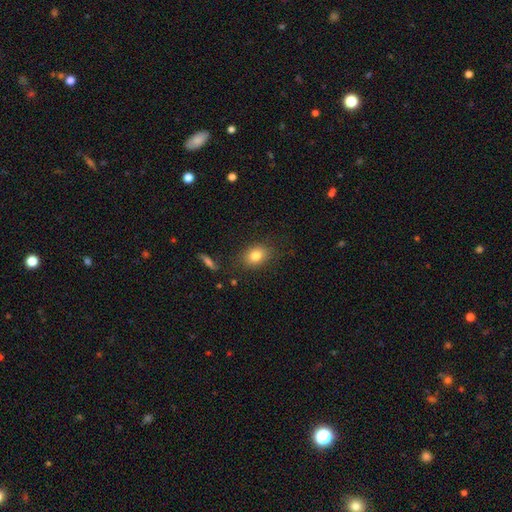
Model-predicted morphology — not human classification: Smooth or featured? smooth (80%)
How rounded? in between (61%)
Merging? none (82%)